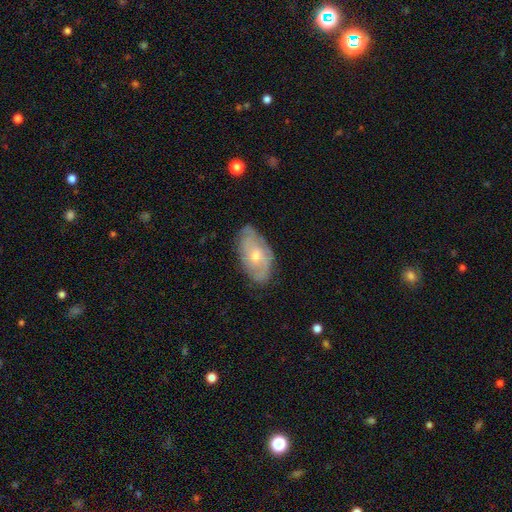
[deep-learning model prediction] A featured or disk galaxy (59%) with no bar (75%), spiral arms (70%) and a small central bulge (52%). Merging: none (70%).